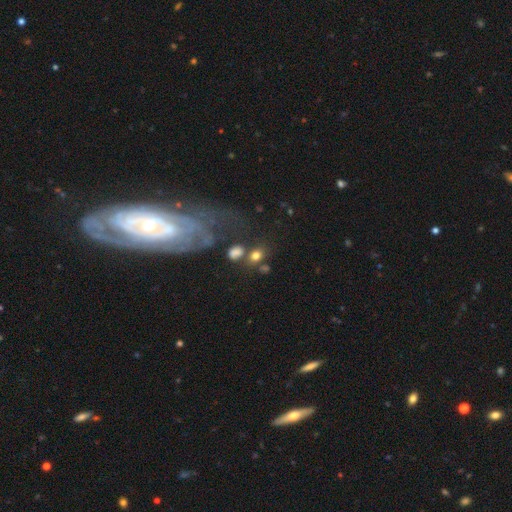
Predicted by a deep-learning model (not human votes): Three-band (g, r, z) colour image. It shows a smooth galaxy with no disk features (76%) that is in between round and cigar-shaped (60%). Merging: none (57%).